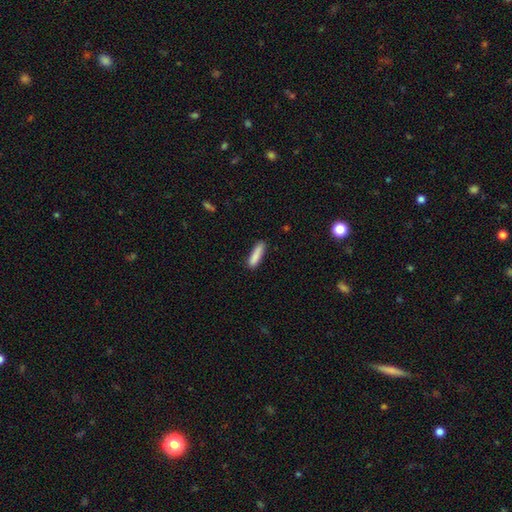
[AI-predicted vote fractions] smooth-or-featured: smooth: 87% | featured or disk: 7% | star or artifact: 7%
  how-rounded: cigar-shaped: 77% | in between: 22% | round: 1%
  merging: none: 84% | minor disturbance: 12% | major disturbance: 2% | merger: 1%